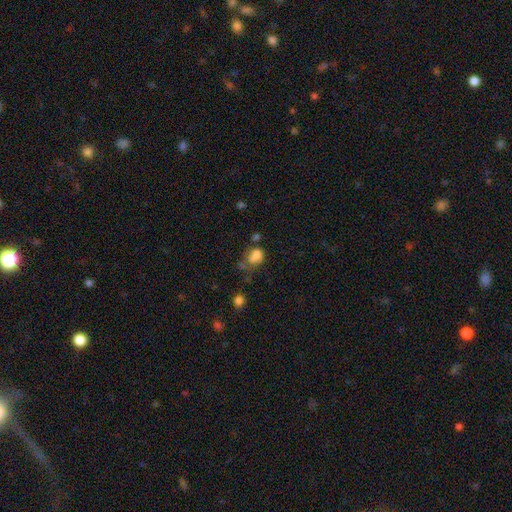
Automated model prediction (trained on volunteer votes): Smooth or featured? Predicted: smooth (p=0.73). How rounded? Predicted: round (p=0.53). Merging? Predicted: merger (p=0.31).